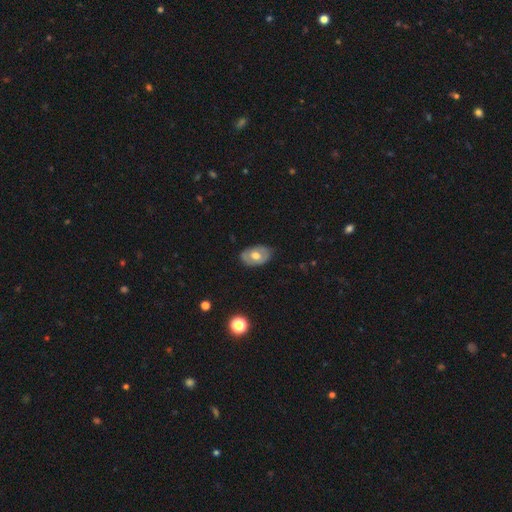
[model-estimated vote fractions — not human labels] Q: Smooth or featured?
A: smooth (51%); runner-up: featured or disk (43%)
Q: How rounded?
A: in between (83%); runner-up: round (15%)
Q: Merging?
A: none (78%); runner-up: minor disturbance (17%)